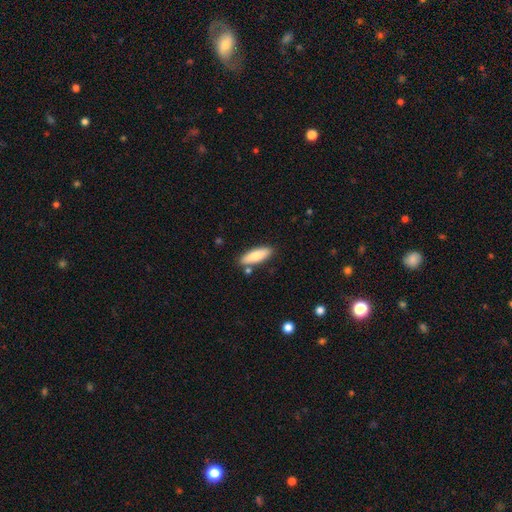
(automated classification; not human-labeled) A smooth galaxy with no disk features (81%) that is in between round and cigar-shaped (53%). Merging: none (82%).